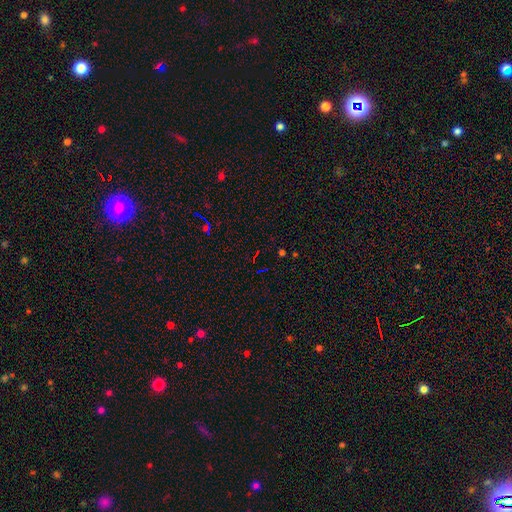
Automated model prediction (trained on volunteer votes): star or artifact 72%, smooth 18%, featured or disk 10%.